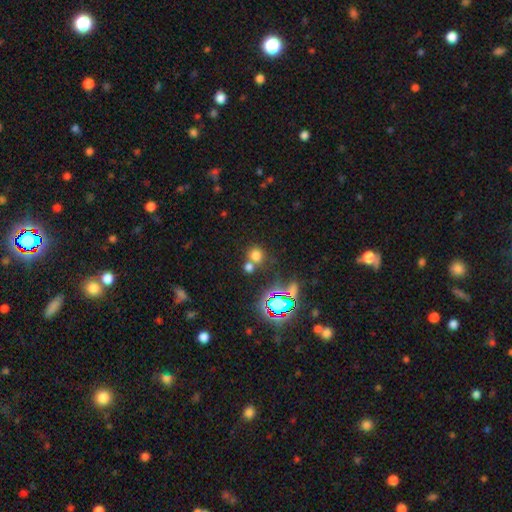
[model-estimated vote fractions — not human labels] A smooth galaxy with no disk features (67%) that is round (84%).

Vote fractions:
- Smooth or featured? smooth: 67% / star or artifact: 24% / featured or disk: 8%
- How rounded? round: 84% / in between: 15% / cigar-shaped: 1%
- Merging? none: 56% / merger: 32% / minor disturbance: 8% / major disturbance: 4%